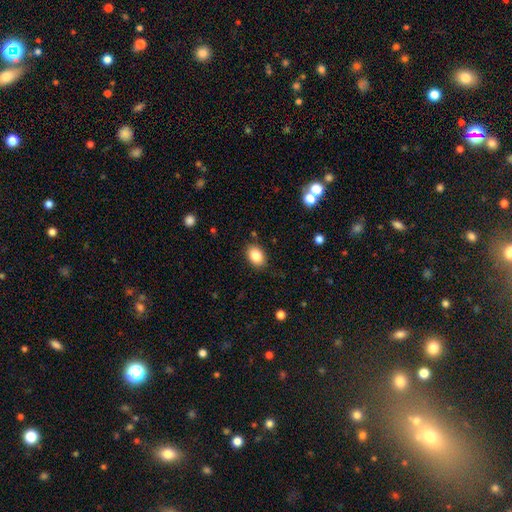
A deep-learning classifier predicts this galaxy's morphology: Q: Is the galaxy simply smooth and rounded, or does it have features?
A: smooth — 86%.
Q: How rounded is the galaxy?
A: in between — 73%.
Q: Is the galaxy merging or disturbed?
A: none — 86%.